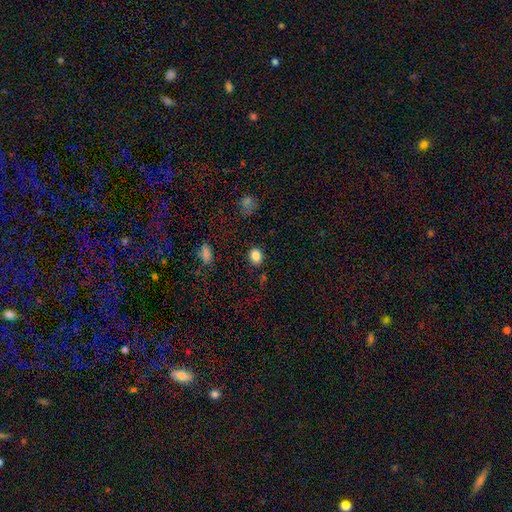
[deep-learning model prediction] smooth-or-featured: smooth: 85% | star or artifact: 10% | featured or disk: 5%
  how-rounded: round: 54% | in between: 45% | cigar-shaped: 1%
  merging: none: 86% | minor disturbance: 9% | major disturbance: 3% | merger: 2%